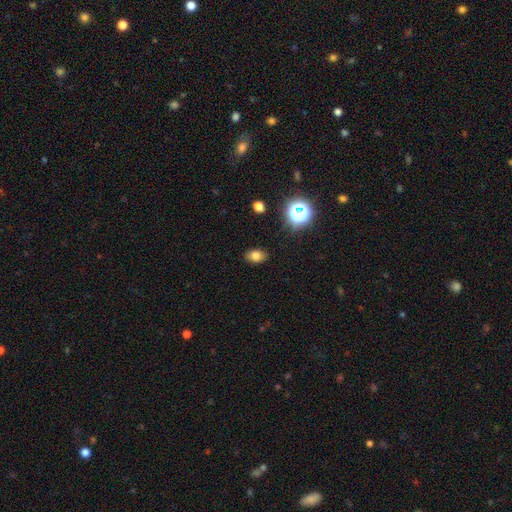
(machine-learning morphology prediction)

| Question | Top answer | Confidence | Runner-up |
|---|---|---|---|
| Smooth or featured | smooth | 76% | star or artifact (15%) |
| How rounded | in between | 79% | round (20%) |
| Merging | none | 87% | minor disturbance (9%) |